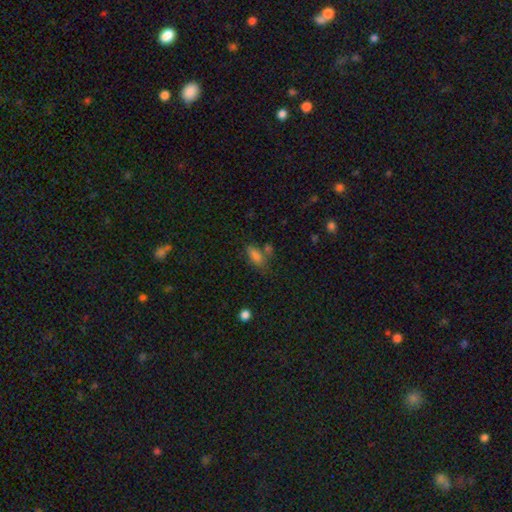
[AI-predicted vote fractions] A smooth galaxy with no disk features (79%) that is in between round and cigar-shaped (80%).

Vote fractions:
- Smooth or featured? smooth: 79% / star or artifact: 14% / featured or disk: 8%
- How rounded? in between: 80% / cigar-shaped: 14% / round: 6%
- Merging? none: 53% / minor disturbance: 19% / merger: 19% / major disturbance: 9%